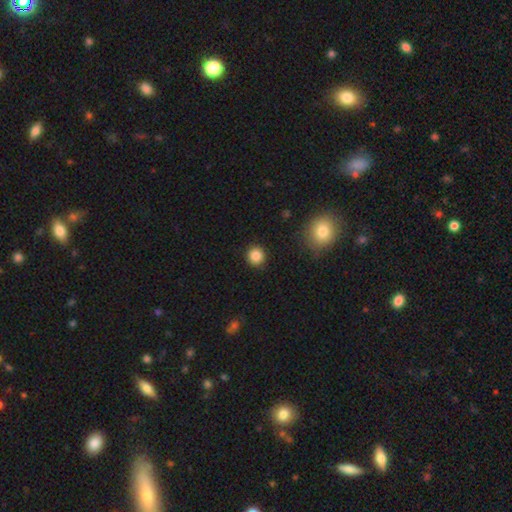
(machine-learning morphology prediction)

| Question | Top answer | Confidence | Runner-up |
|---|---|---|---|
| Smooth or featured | smooth | 85% | star or artifact (11%) |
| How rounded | round | 91% | in between (8%) |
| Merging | none | 90% | minor disturbance (6%) |